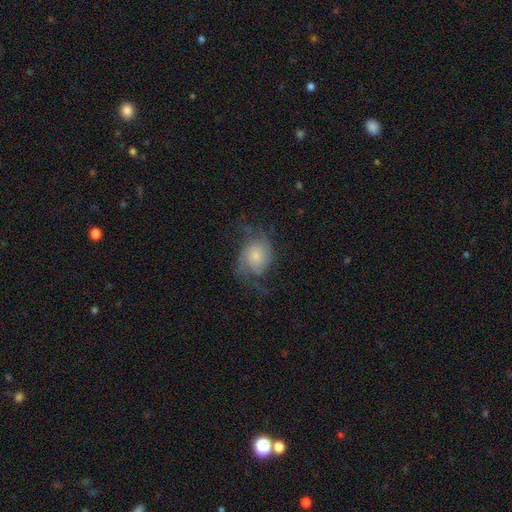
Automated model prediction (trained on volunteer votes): Q: Smooth or featured?
A: featured or disk (59%); runner-up: smooth (32%)
Q: Edge-on disk?
A: no (97%); runner-up: yes (3%)
Q: Bar?
A: no (74%); runner-up: weak (22%)
Q: Spiral arms?
A: yes (87%); runner-up: no (13%)
Q: Spiral winding?
A: loose (48%); runner-up: medium (38%)
Q: Spiral arm count?
A: 2 (65%); runner-up: can't tell (14%)
Q: Bulge size?
A: small (53%); runner-up: moderate (30%)
Q: Merging?
A: none (48%); runner-up: major disturbance (28%)